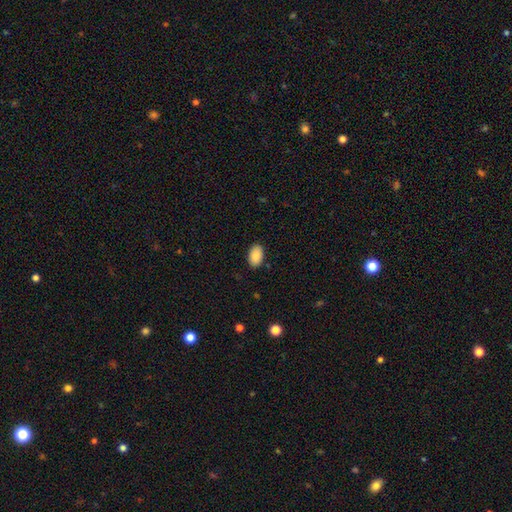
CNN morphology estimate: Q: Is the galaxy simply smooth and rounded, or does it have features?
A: smooth — 89%.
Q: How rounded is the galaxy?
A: in between — 93%.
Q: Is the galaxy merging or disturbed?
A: none — 88%.